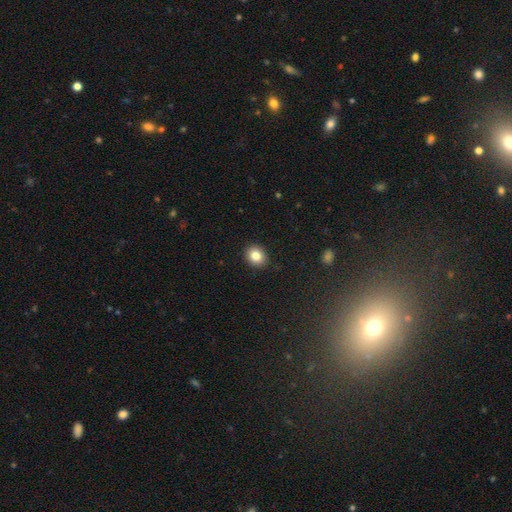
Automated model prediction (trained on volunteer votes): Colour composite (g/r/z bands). It shows a smooth galaxy with no disk features (83%) that is round (71%). Merging: none (91%).